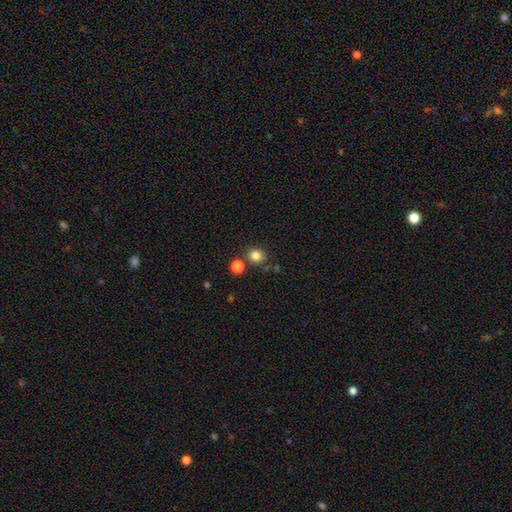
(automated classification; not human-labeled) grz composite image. It shows a smooth galaxy with no disk features (82%) that is round (82%). Merging: none (78%).